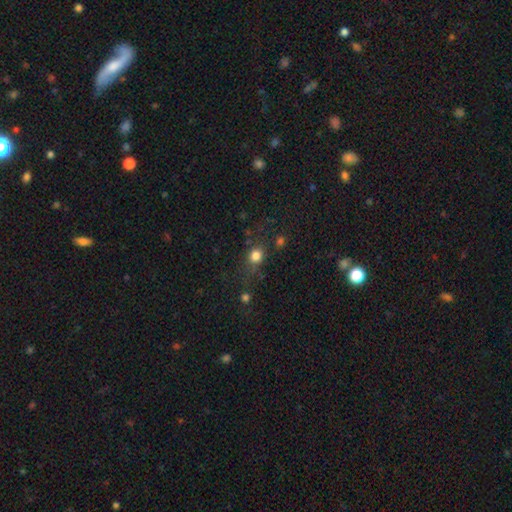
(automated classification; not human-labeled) A smooth galaxy with no disk features (79%) that is round (77%). Merging: none (69%).